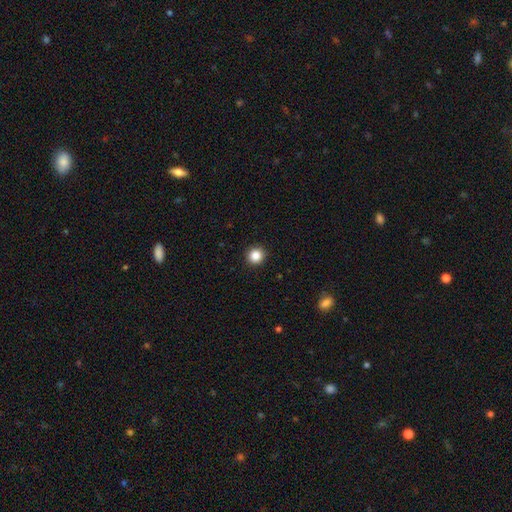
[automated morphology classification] A smooth galaxy with no disk features (86%) that is round (95%). Merging: none (93%).